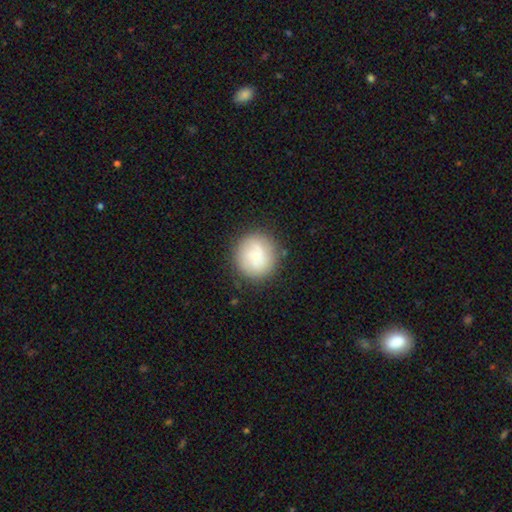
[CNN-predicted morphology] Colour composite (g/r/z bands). It shows a smooth galaxy with no disk features (72%) that is round (91%). Merging: none (83%).